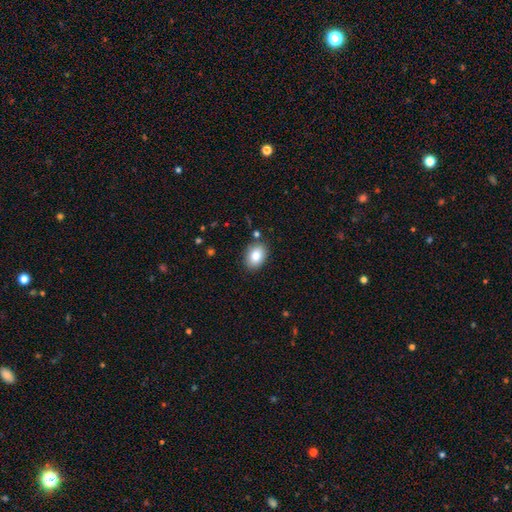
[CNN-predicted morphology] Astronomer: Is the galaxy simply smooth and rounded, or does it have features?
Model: smooth — 83%.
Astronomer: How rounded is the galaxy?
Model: in between — 76%.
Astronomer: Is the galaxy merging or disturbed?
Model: none — 85%.